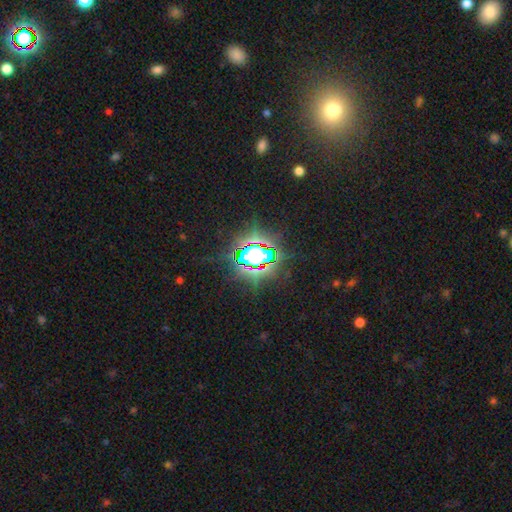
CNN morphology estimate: The model was most divided on "smooth or featured": star or artifact: 77%, smooth: 13%, featured or disk: 10%.